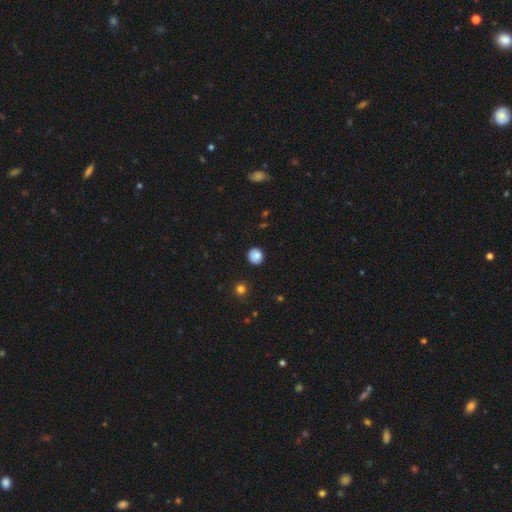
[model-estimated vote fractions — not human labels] smooth_or_featured: smooth (p=0.85) [alt: star or artifact p=0.10]
how_rounded: round (p=0.90) [alt: in between p=0.09]
merging: none (p=0.88) [alt: minor disturbance p=0.08]